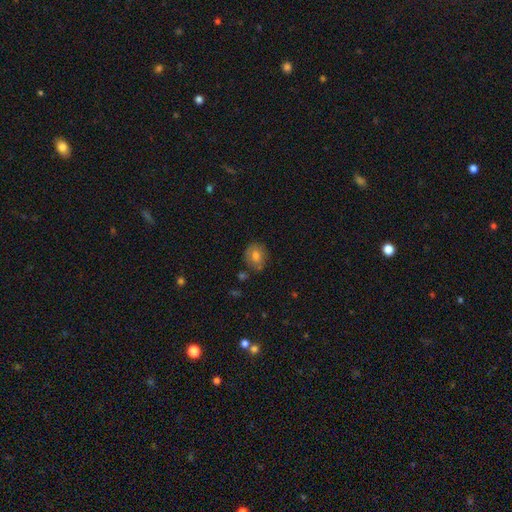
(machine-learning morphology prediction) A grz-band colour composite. It shows a smooth galaxy with no disk features (72%) that is round (71%). Merging: none (77%).